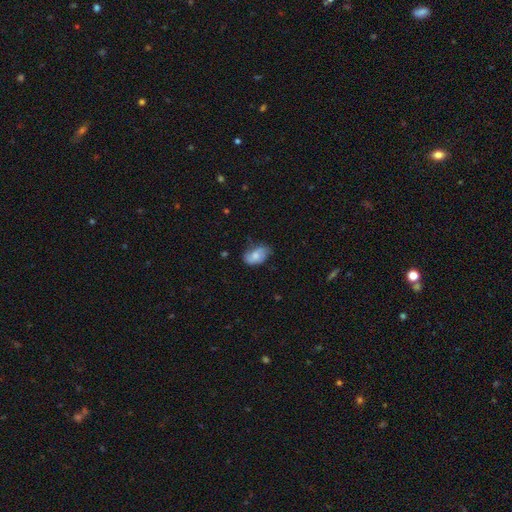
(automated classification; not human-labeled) Q: Smooth or featured?
A: smooth (64%); runner-up: featured or disk (28%)
Q: How rounded?
A: in between (89%); runner-up: round (10%)
Q: Merging?
A: none (60%); runner-up: minor disturbance (31%)